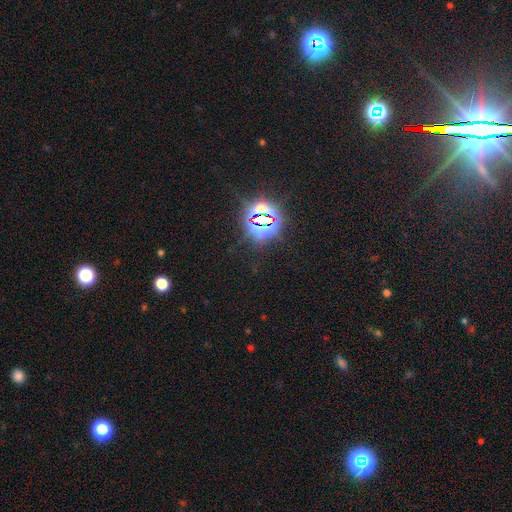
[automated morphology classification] type=star or artifact (82%).